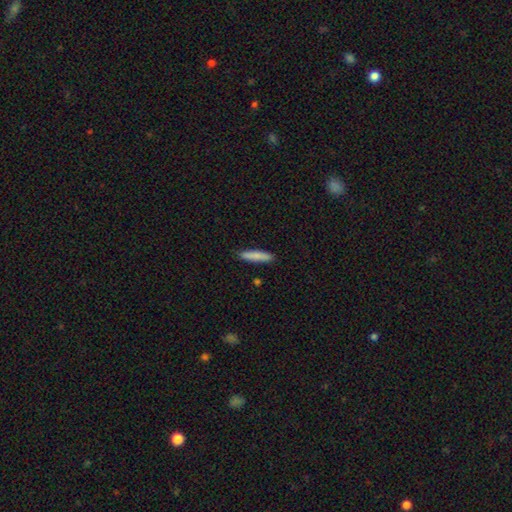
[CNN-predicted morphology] The model was most divided on "smooth or featured": smooth: 84%, featured or disk: 10%, star or artifact: 6%. More confident: merging — none (88%); how rounded — cigar-shaped (87%).